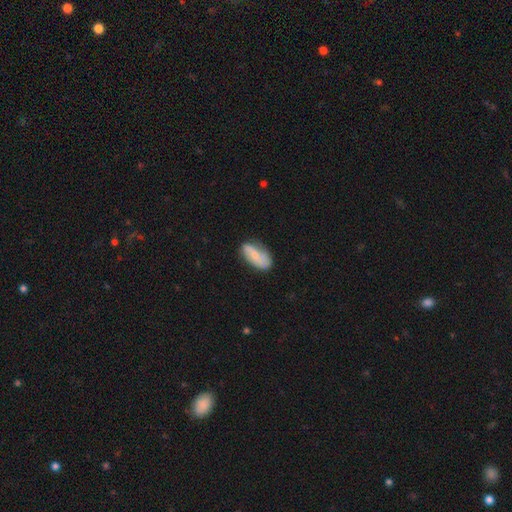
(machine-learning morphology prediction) A smooth galaxy with no disk features (53%) that is in between round and cigar-shaped (89%). Merging: none (57%).